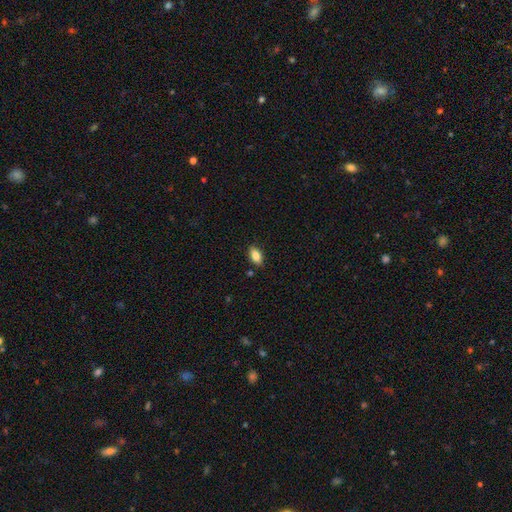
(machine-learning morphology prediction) The model was most divided on "merging": none: 85%, minor disturbance: 11%, major disturbance: 2%, merger: 2%. More confident: how rounded — in between (90%); smooth or featured — smooth (84%).